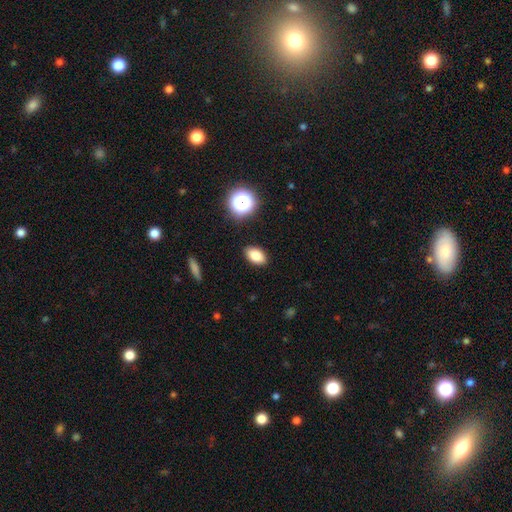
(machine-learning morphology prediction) A smooth galaxy with no disk features (81%) that is in between round and cigar-shaped (87%). Merging: none (88%).